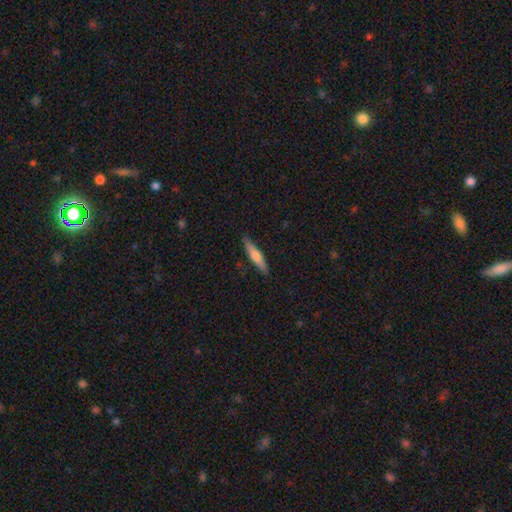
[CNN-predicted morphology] smooth 59%, featured or disk 35%, star or artifact 6%. Down the decision tree: how rounded — cigar-shaped (88%); merging — none (88%).